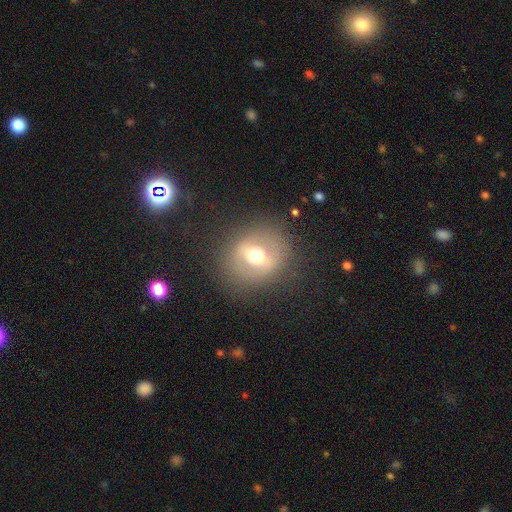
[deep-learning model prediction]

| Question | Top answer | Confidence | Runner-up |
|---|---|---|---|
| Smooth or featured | featured or disk | 48% | smooth (41%) |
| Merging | none | 81% | minor disturbance (11%) |